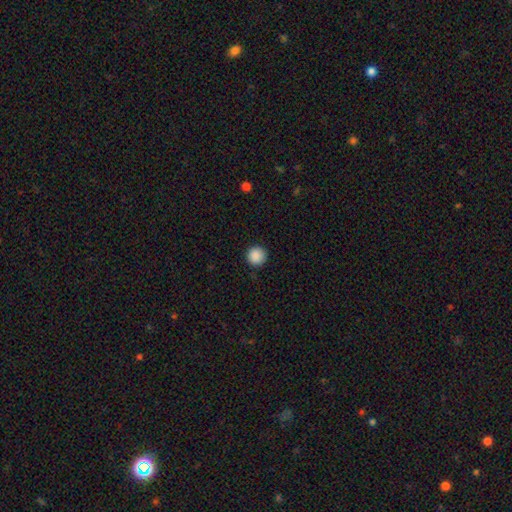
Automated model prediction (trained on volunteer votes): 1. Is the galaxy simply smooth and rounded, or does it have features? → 89% smooth, 9% star or artifact, 2% featured or disk.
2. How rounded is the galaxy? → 96% round, 3% in between, 1% cigar-shaped.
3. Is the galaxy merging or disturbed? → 92% none, 6% minor disturbance, 2% major disturbance, 1% merger.